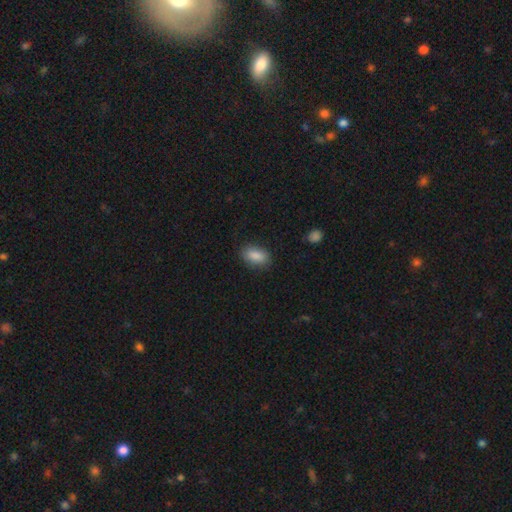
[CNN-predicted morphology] The model was most divided on "merging": none: 84%, minor disturbance: 12%, major disturbance: 3%, merger: 1%. More confident: how rounded — in between (90%); smooth or featured — smooth (88%).